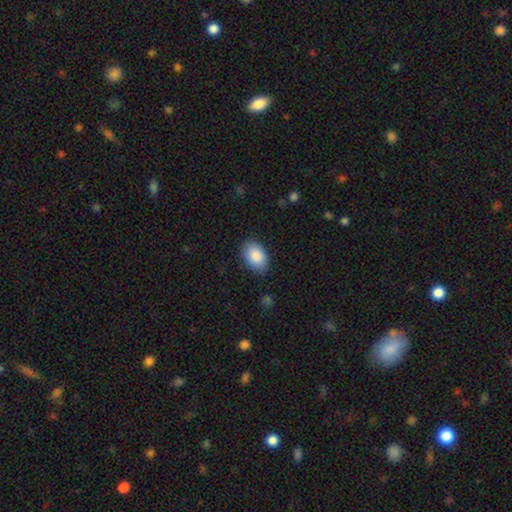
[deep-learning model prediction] Smooth or featured?
  - smooth: 88% *
  - star or artifact: 6%
  - featured or disk: 6%
How rounded?
  - in between: 89% *
  - round: 10%
  - cigar-shaped: 1%
Merging?
  - none: 85% *
  - minor disturbance: 12%
  - major disturbance: 3%
  - merger: 1%